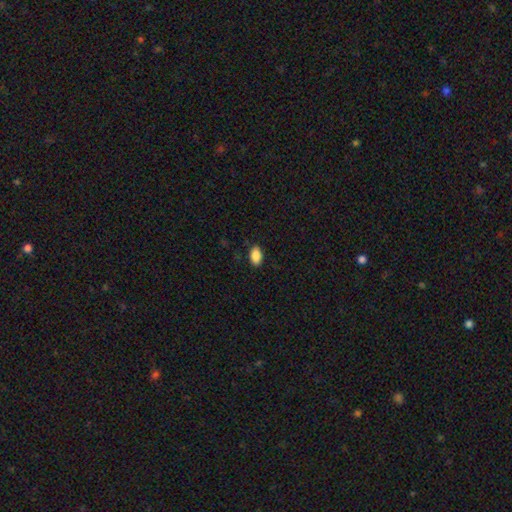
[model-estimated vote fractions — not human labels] smooth_or_featured: smooth (p=0.89) [alt: star or artifact p=0.08]
how_rounded: in between (p=0.92) [alt: round p=0.06]
merging: none (p=0.86) [alt: minor disturbance p=0.11]